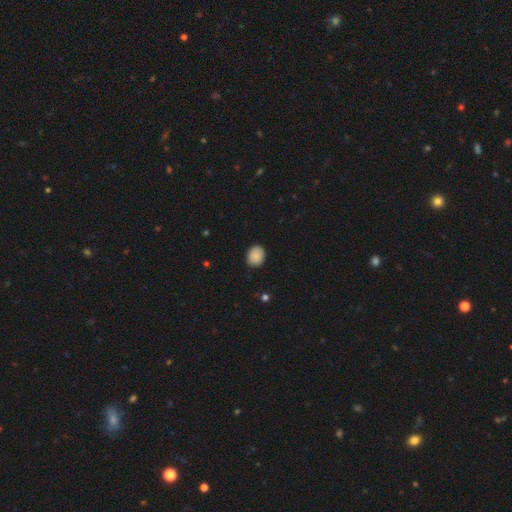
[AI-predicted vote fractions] Overall: smooth (88%). How rounded: round (59%; in between 40%). Merging: none (86%).